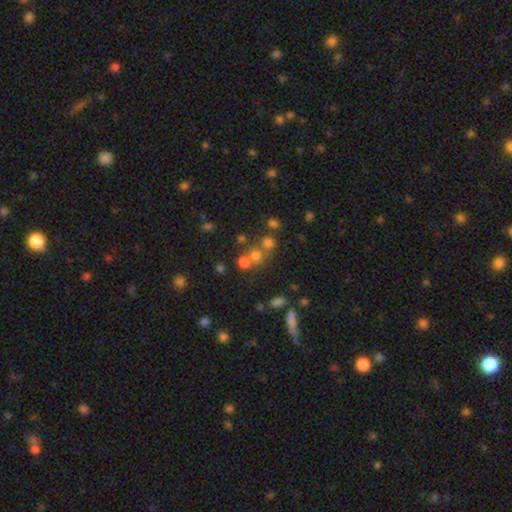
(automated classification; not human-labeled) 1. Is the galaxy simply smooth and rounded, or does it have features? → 62% smooth, 25% star or artifact, 12% featured or disk.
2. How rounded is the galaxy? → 85% round, 14% in between, 1% cigar-shaped.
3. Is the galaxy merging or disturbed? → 56% none, 32% merger, 8% minor disturbance, 4% major disturbance.